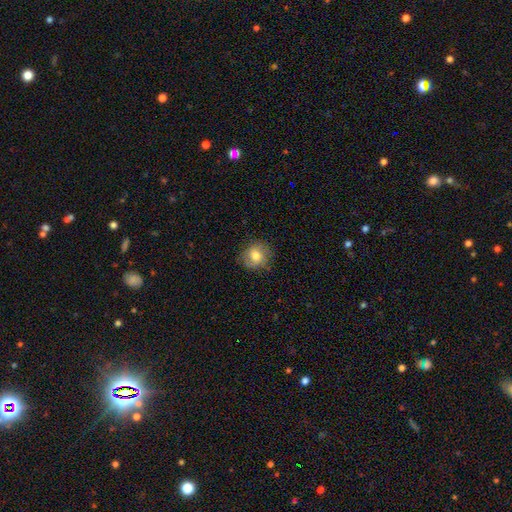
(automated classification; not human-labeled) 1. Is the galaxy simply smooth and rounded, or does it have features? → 77% smooth, 14% featured or disk, 9% star or artifact.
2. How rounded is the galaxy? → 77% round, 22% in between, 1% cigar-shaped.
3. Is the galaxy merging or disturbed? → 78% none, 17% minor disturbance, 4% major disturbance, 1% merger.